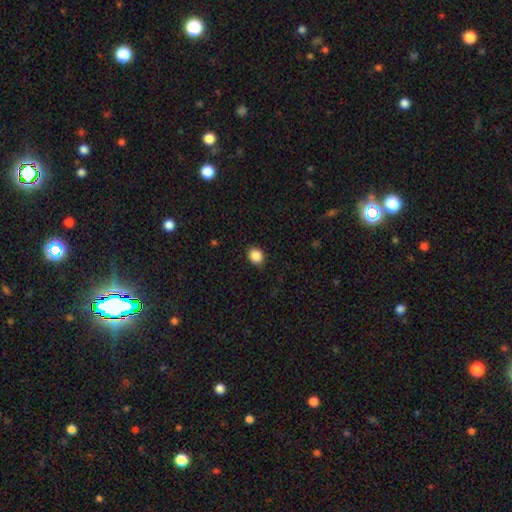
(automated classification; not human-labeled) A smooth galaxy with no disk features (87%) that is round (72%).

Vote fractions:
- Smooth or featured? smooth: 87% / star or artifact: 10% / featured or disk: 3%
- How rounded? round: 72% / in between: 28% / cigar-shaped: 1%
- Merging? none: 91% / minor disturbance: 7% / major disturbance: 2% / merger: 1%